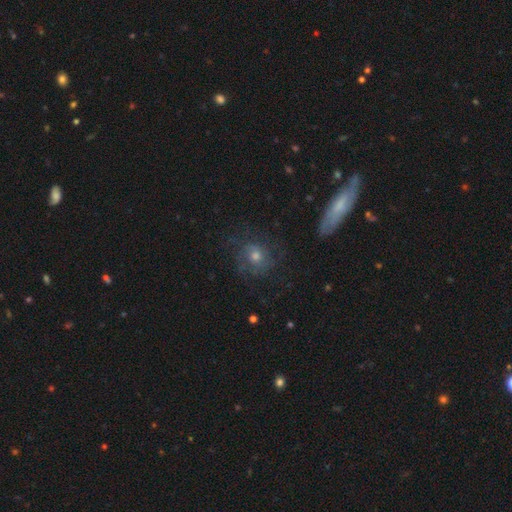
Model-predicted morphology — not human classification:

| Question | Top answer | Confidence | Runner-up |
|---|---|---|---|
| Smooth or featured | featured or disk | 52% | smooth (32%) |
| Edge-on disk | no | 93% | yes (7%) |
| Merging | none | 71% | minor disturbance (16%) |